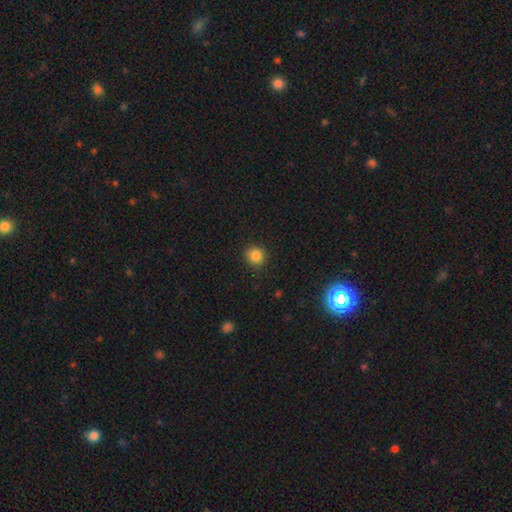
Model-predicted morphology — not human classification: Q: Smooth or featured?
A: smooth (84%); runner-up: star or artifact (11%)
Q: How rounded?
A: round (86%); runner-up: in between (13%)
Q: Merging?
A: none (89%); runner-up: minor disturbance (8%)